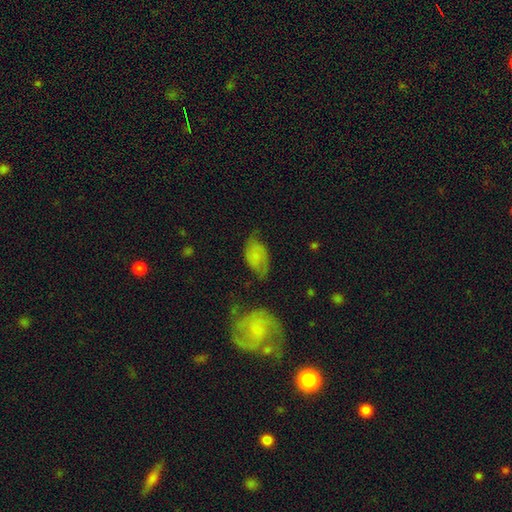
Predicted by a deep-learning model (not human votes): This is possibly a featured or disk galaxy (46%). Merging: possibly none (53%).